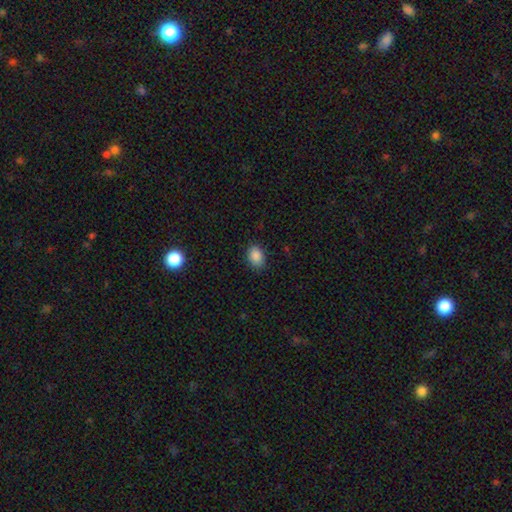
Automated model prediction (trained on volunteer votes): The model was most divided on "how rounded": in between: 72%, round: 27%, cigar-shaped: 1%. More confident: smooth or featured — smooth (87%); merging — none (85%).